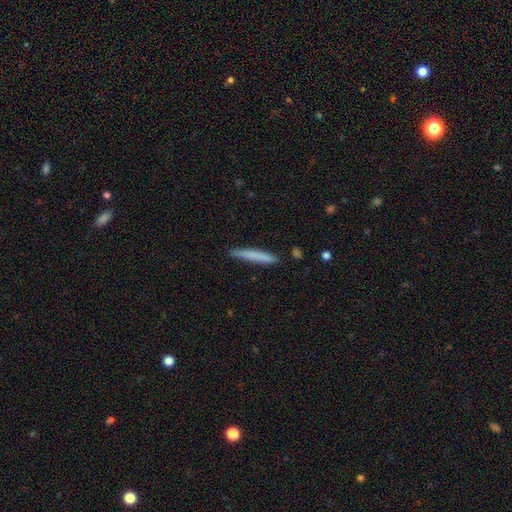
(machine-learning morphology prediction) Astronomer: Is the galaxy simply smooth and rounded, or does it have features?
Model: smooth — 75%.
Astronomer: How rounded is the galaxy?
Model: cigar-shaped — 96%.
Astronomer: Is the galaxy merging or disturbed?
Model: none — 87%.